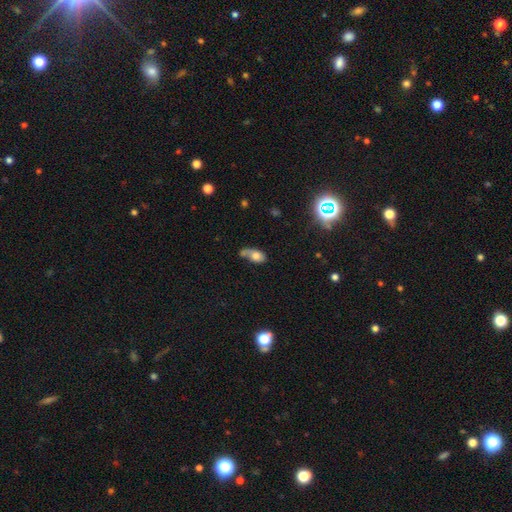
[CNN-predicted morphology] A smooth galaxy with no disk features (70%) that is in between round and cigar-shaped (86%).

Vote fractions:
- Smooth or featured? smooth: 70% / featured or disk: 20% / star or artifact: 10%
- How rounded? in between: 86% / round: 9% / cigar-shaped: 5%
- Merging? none: 32% / minor disturbance: 26% / merger: 24% / major disturbance: 17%